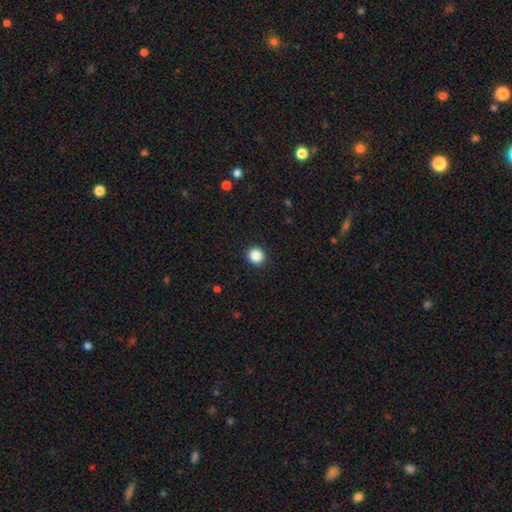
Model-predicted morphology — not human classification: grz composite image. It shows a smooth galaxy with no disk features (87%) that is round (92%). Merging: none (93%).